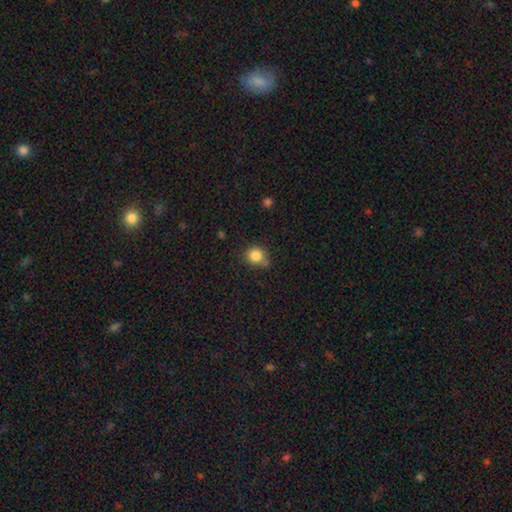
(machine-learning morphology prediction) Overall: smooth (84%). How rounded: round (85%). Merging: none (69%).